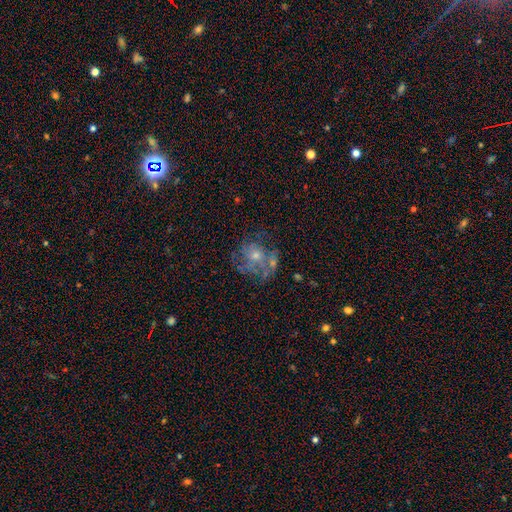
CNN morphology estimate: Smooth or featured?
  - featured or disk: 61% *
  - smooth: 24%
  - star or artifact: 16%
Edge-on disk?
  - no: 97% *
  - yes: 3%
Bar?
  - no: 83% *
  - weak: 14%
  - strong: 3%
Spiral arms?
  - yes: 60% *
  - no: 40%
Bulge size?
  - small: 49% *
  - moderate: 42%
  - none: 5%
  - large: 3%
  - dominant: 1%
Merging?
  - none: 53% *
  - minor disturbance: 19%
  - major disturbance: 18%
  - merger: 11%